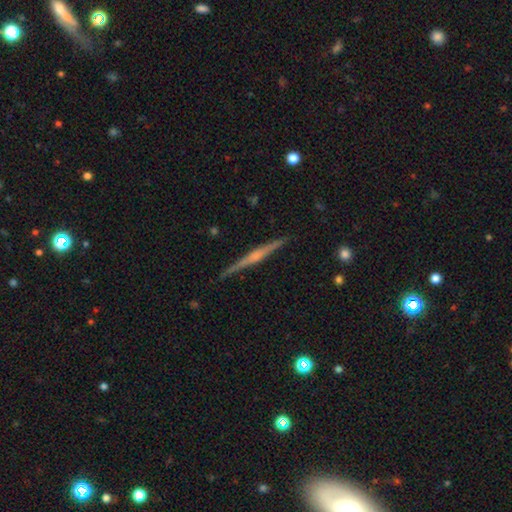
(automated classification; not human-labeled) A featured or disk galaxy (77%) viewed edge-on (98%) with a rounded central bulge (65%).

Vote fractions:
- Smooth or featured? featured or disk: 77% / smooth: 18% / star or artifact: 6%
- Edge-on disk? yes: 98% / no: 2%
- Edge-on bulge? rounded: 65% / none: 20% / boxy: 15%
- Merging? none: 90% / minor disturbance: 7% / major disturbance: 1% / merger: 1%